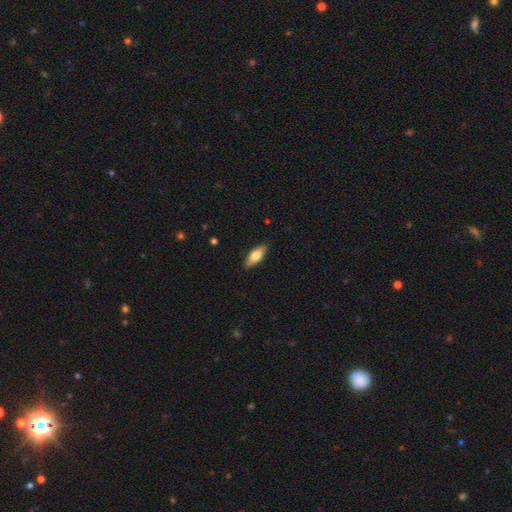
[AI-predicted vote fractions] A smooth galaxy with no disk features (70%) that is in between round and cigar-shaped (75%). Merging: none (87%).